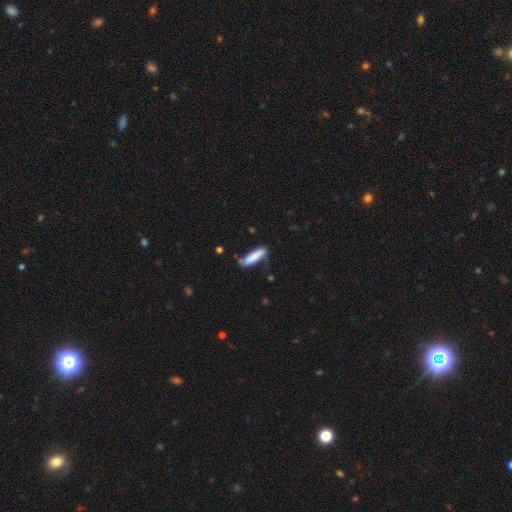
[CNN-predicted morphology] Overall: smooth (80%). How rounded: cigar-shaped (69%; in between 29%). Merging: none (62%; minor disturbance 25%).